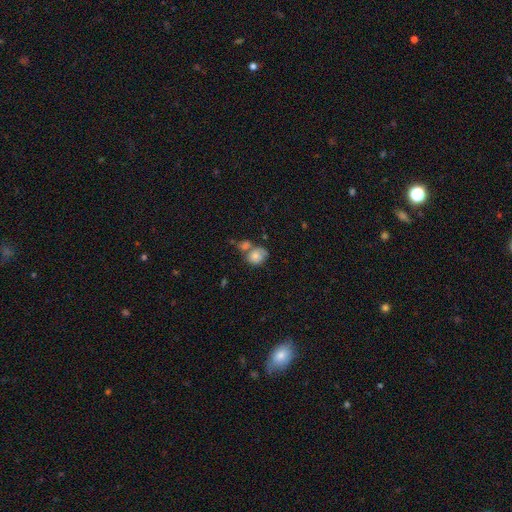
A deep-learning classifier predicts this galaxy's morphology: A smooth galaxy with no disk features (70%) that is round (60%).

Vote fractions:
- Smooth or featured? smooth: 70% / featured or disk: 22% / star or artifact: 9%
- How rounded? round: 60% / in between: 39% / cigar-shaped: 1%
- Merging? merger: 41% / none: 35% / minor disturbance: 17% / major disturbance: 8%